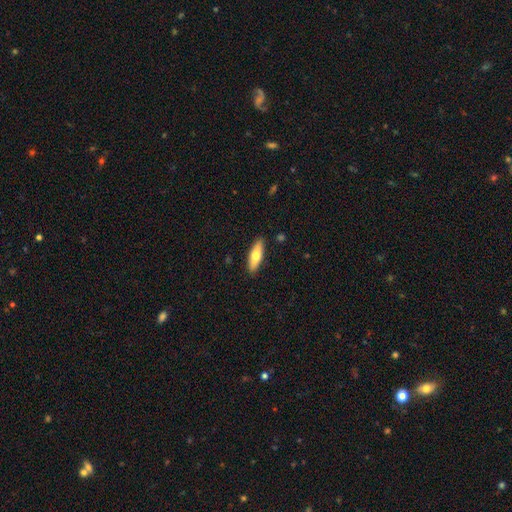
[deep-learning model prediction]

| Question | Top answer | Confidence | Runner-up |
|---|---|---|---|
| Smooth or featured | smooth | 66% | featured or disk (28%) |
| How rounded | in between | 52% | cigar-shaped (46%) |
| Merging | none | 89% | minor disturbance (8%) |